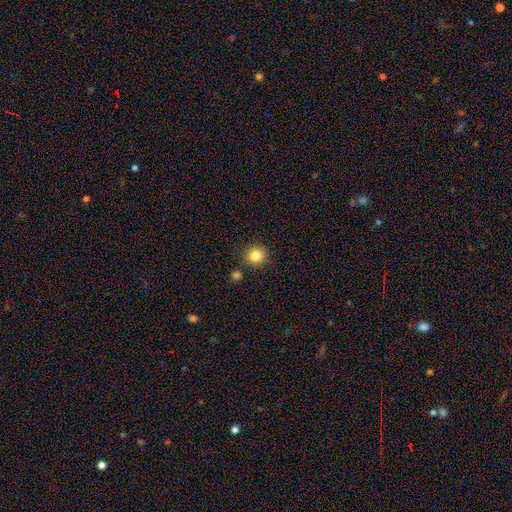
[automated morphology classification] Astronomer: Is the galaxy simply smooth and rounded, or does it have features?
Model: smooth — 83%.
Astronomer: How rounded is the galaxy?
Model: round — 94%.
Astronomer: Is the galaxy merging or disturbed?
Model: none — 86%.